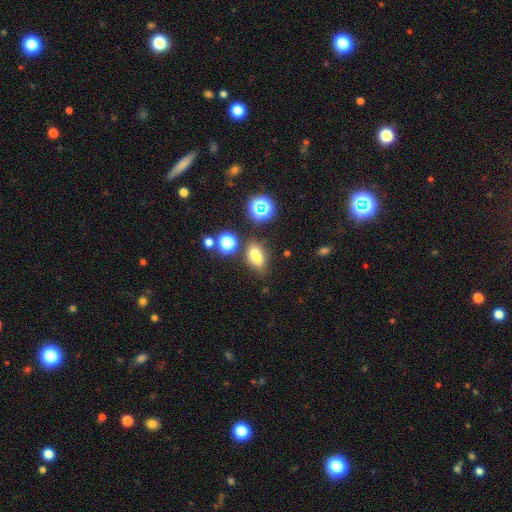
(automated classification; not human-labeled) Smooth or featured: smooth — 67% (star or artifact — 19%)
How rounded: in between — 71% (round — 25%)
Merging: none — 53% (merger — 28%)